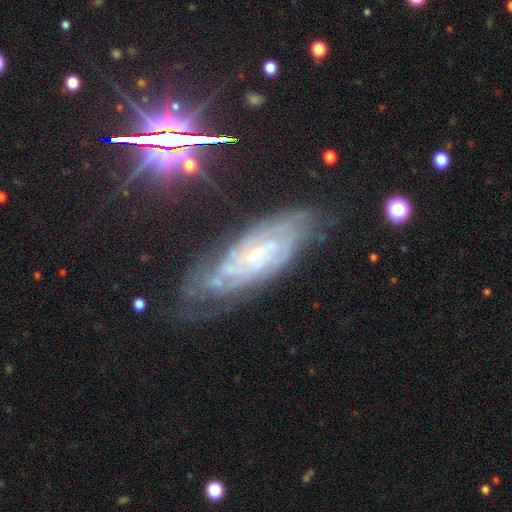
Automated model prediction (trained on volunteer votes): Q: Smooth or featured?
A: featured or disk (78%); runner-up: star or artifact (11%)
Q: Edge-on disk?
A: no (88%); runner-up: yes (12%)
Q: Bar?
A: no (53%); runner-up: weak (37%)
Q: Spiral arms?
A: yes (92%); runner-up: no (8%)
Q: Spiral winding?
A: tight (69%); runner-up: medium (26%)
Q: Spiral arm count?
A: can't tell (52%); runner-up: 2 (20%)
Q: Bulge size?
A: small (71%); runner-up: moderate (16%)
Q: Merging?
A: none (63%); runner-up: minor disturbance (24%)